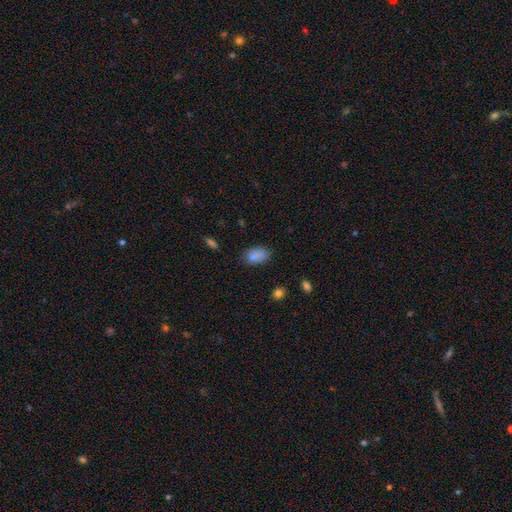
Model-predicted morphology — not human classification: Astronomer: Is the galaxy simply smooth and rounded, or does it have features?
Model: smooth — 85%.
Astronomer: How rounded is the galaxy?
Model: in between — 91%.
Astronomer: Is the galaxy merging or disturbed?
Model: none — 72%.